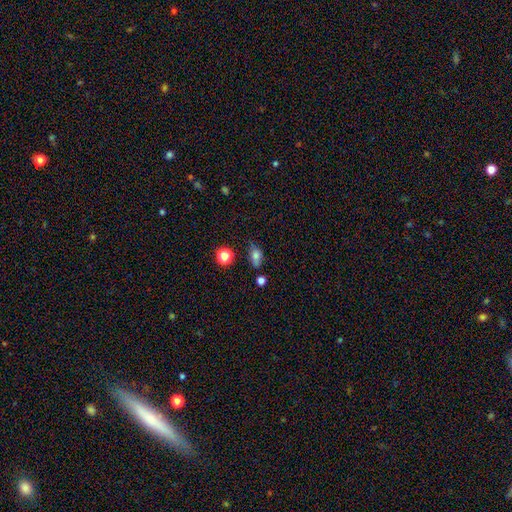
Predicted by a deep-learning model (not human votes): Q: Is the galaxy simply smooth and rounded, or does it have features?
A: smooth — 72%.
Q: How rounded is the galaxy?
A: in between — 76%.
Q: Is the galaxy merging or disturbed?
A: none — 60%.